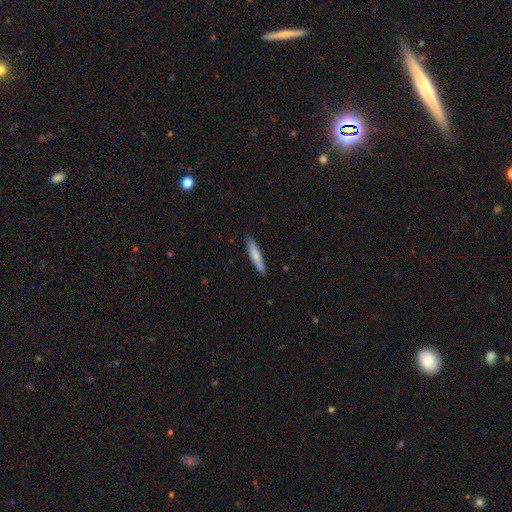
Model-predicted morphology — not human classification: This appears to be a smooth galaxy with no disk features (76%) that is cigar-shaped (88%). Merging: none (88%).